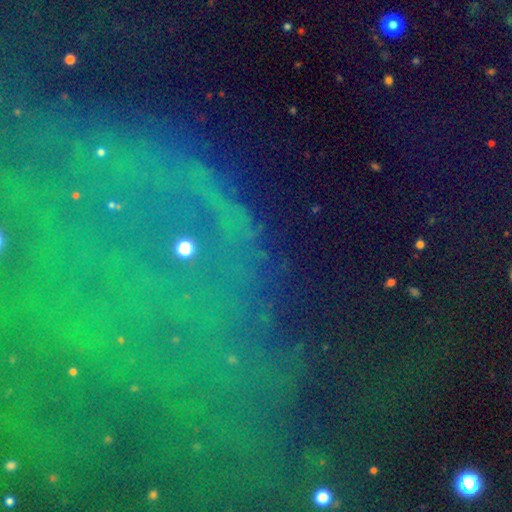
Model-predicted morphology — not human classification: star or artifact 78%, featured or disk 11%, smooth 10%.